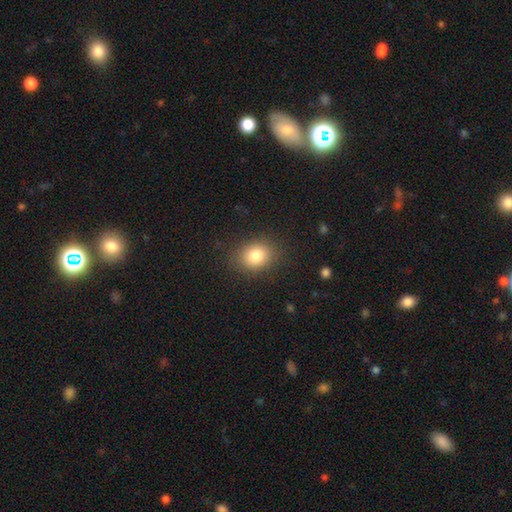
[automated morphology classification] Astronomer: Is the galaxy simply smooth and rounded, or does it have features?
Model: smooth — 83%.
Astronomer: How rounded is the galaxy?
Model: round — 56% (runner-up: in between, 43%).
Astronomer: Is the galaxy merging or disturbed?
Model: none — 85%.